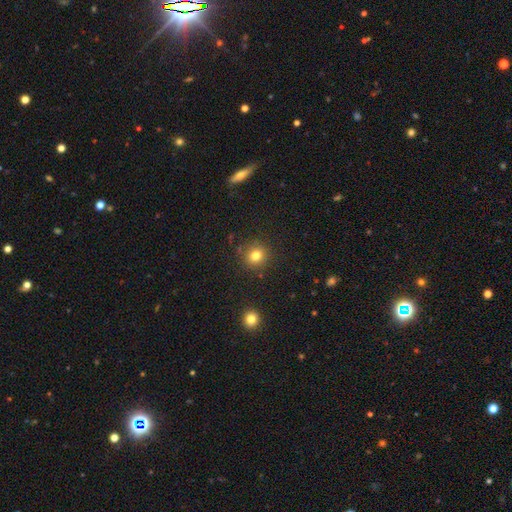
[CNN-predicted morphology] smooth-or-featured: smooth: 80% | star or artifact: 14% | featured or disk: 7%
  how-rounded: round: 90% | in between: 10% | cigar-shaped: 1%
  merging: none: 88% | minor disturbance: 7% | major disturbance: 3% | merger: 2%